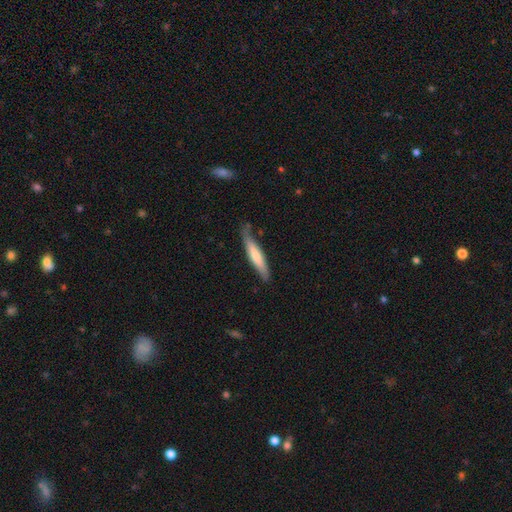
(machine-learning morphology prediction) type=smooth (64%); roundness=cigar-shaped (88%); merging=none (69%).